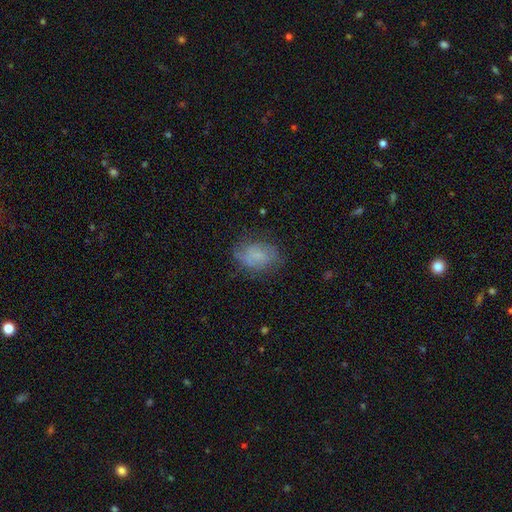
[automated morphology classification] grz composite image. It shows a smooth galaxy with no disk features (60%) that is in between round and cigar-shaped (72%). Merging: none (67%).